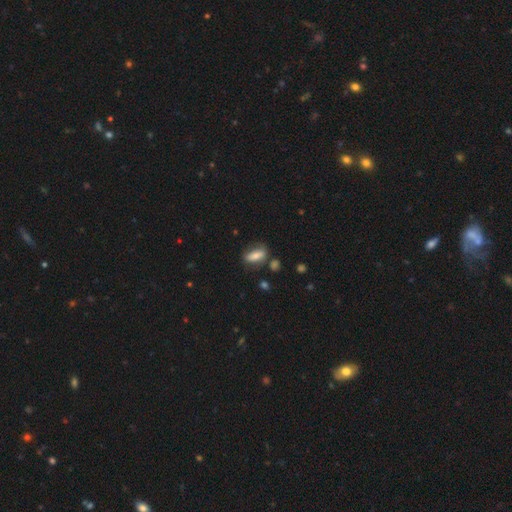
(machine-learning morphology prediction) Smooth or featured? smooth (72%)
How rounded? in between (76%)
Merging? none (67%)